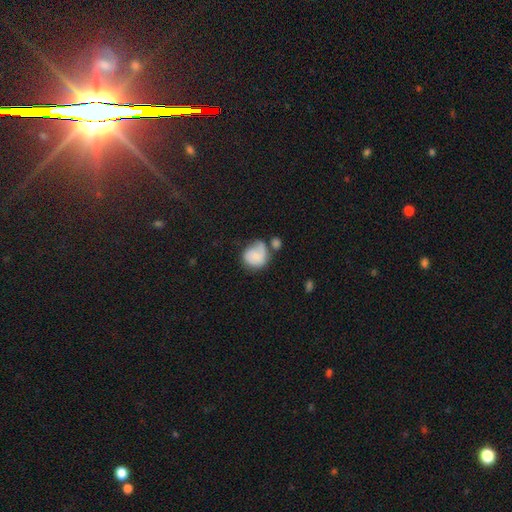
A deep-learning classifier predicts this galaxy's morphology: Overall: smooth (62%; featured or disk 30%). How rounded: round (70%). Merging: none (36%; minor disturbance 28%).